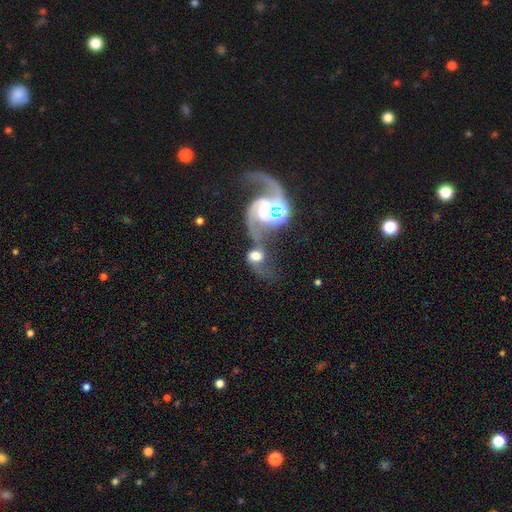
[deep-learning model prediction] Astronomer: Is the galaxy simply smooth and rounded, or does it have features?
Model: featured or disk — 46% (runner-up: smooth, 40%).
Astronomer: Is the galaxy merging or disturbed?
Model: merger — 52%.